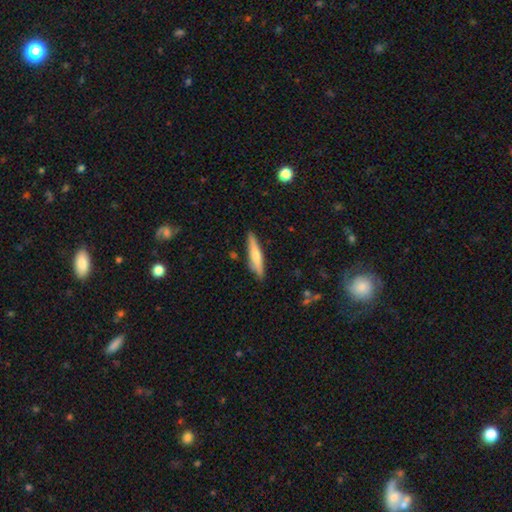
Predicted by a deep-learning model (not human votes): A smooth galaxy with no disk features (63%) that is cigar-shaped (87%). Merging: none (85%).